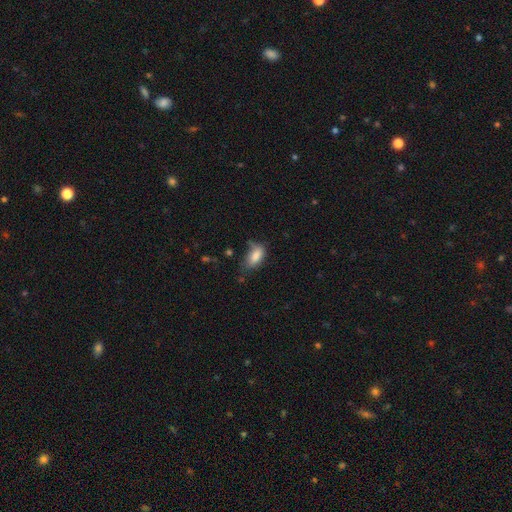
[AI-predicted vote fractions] Overall: smooth (83%). How rounded: in between (89%). Merging: none (49%; minor disturbance 35%).